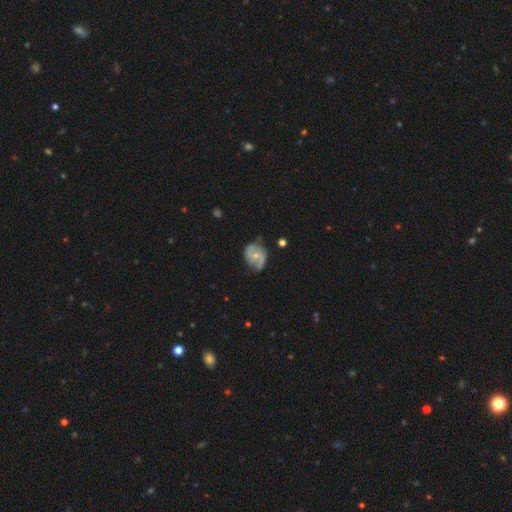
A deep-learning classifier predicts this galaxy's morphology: This appears to be a featured or disk galaxy (73%) with no bar (60%), 2 (77%) medium (45%) spiral arms (87%) and a small central bulge (49%). Merging: none (60%).